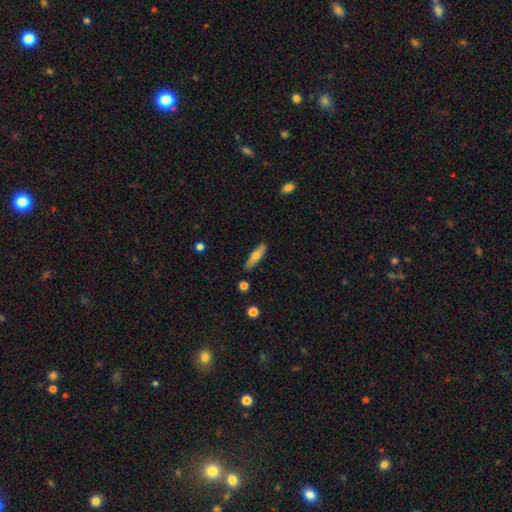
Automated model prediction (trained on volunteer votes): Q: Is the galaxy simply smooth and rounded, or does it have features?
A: smooth — 57%.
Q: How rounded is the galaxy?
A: cigar-shaped — 73%.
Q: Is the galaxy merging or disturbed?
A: none — 85%.